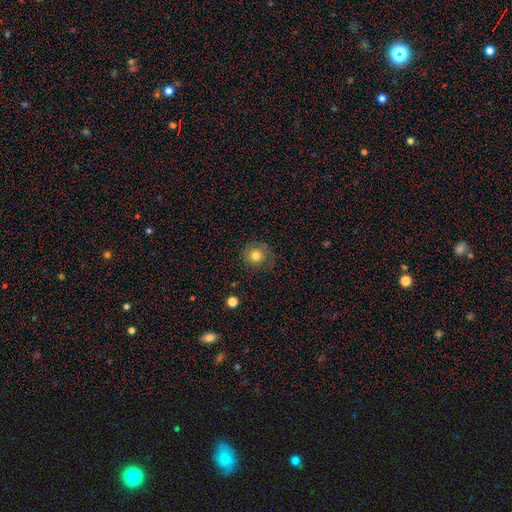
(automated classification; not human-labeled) Overall: smooth (75%). How rounded: round (90%). Merging: none (73%).